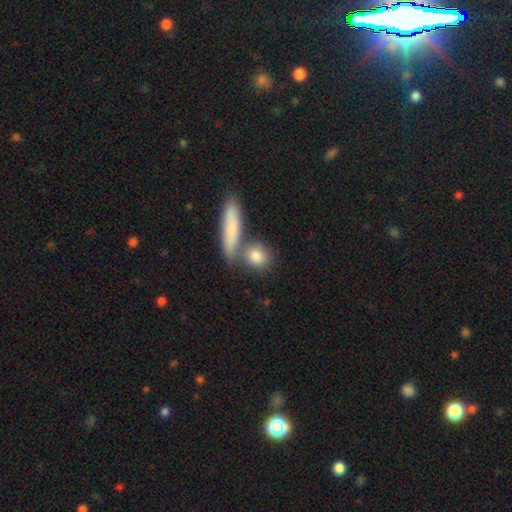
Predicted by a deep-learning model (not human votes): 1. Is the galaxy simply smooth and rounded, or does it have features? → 82% smooth, 11% featured or disk, 7% star or artifact.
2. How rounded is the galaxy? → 51% round, 33% in between, 16% cigar-shaped.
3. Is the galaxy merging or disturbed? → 61% none, 24% merger, 11% minor disturbance, 4% major disturbance.